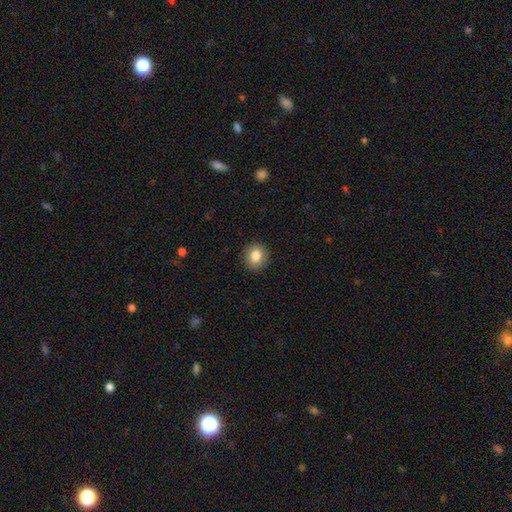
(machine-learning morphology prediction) A smooth galaxy with no disk features (84%) that is round (77%). Merging: none (90%).